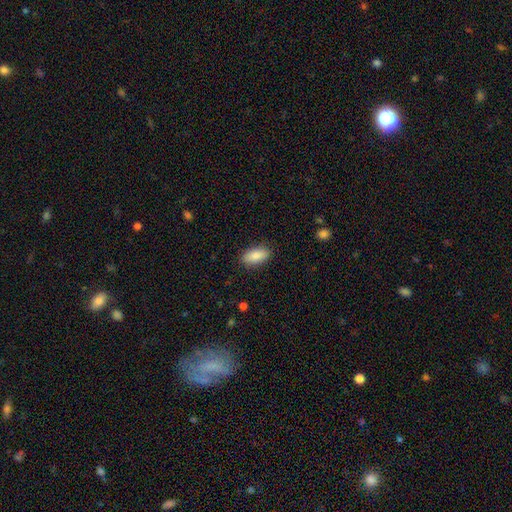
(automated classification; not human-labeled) Smooth or featured? Predicted: smooth (p=0.88). How rounded? Predicted: in between (p=0.89). Merging? Predicted: none (p=0.87).